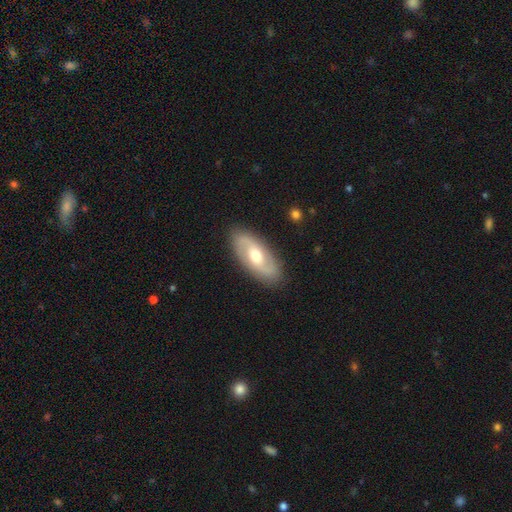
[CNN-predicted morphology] A featured or disk galaxy (71%) with no bar (46%), 2 (87%) medium (46%) spiral arms (83%) and a moderate central bulge (73%). Merging: none (87%).